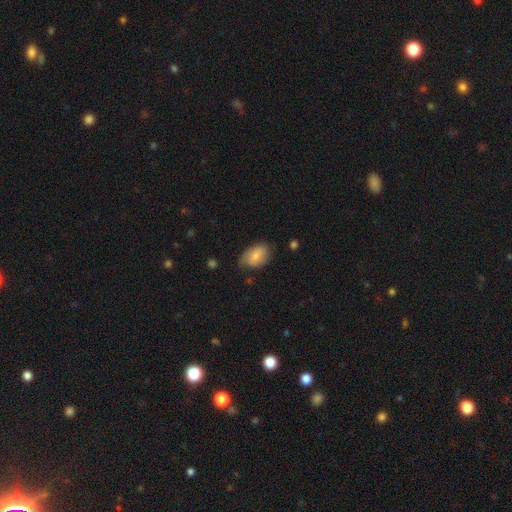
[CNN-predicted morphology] Smooth or featured: smooth — 76% (featured or disk — 18%)
How rounded: in between — 88% (round — 11%)
Merging: none — 60% (minor disturbance — 31%)